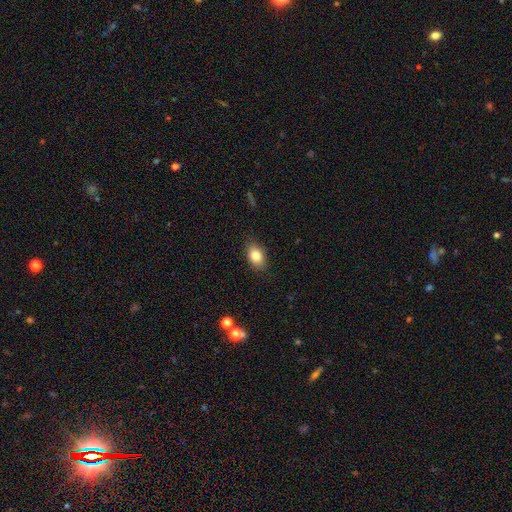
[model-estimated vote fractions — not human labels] Smooth or featured? smooth (81%)
How rounded? in between (85%)
Merging? none (86%)